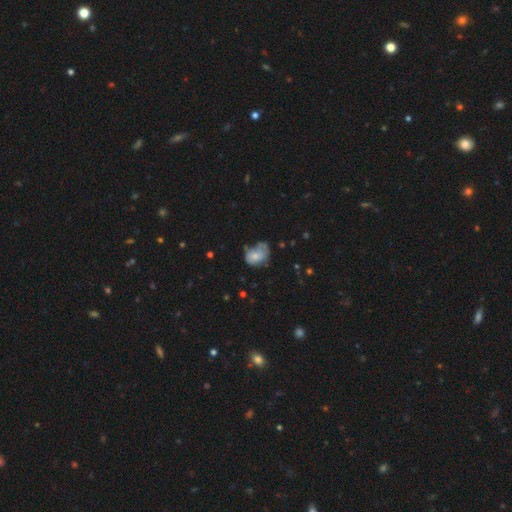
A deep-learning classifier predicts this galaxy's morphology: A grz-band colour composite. It shows a smooth galaxy with no disk features (68%) that is in between round and cigar-shaped (69%). Merging: minor disturbance (37%).